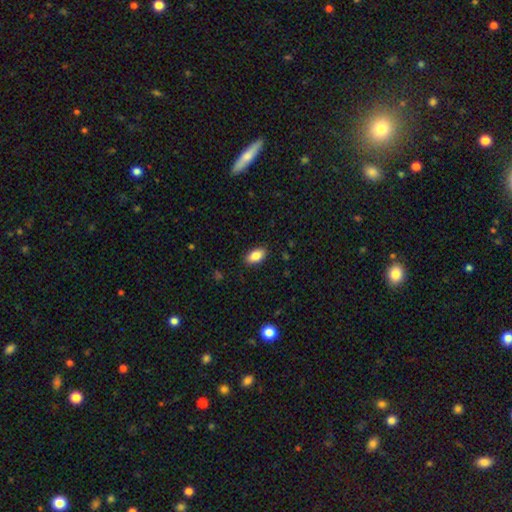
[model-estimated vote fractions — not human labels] Smooth or featured? smooth (84%)
How rounded? in between (91%)
Merging? none (88%)